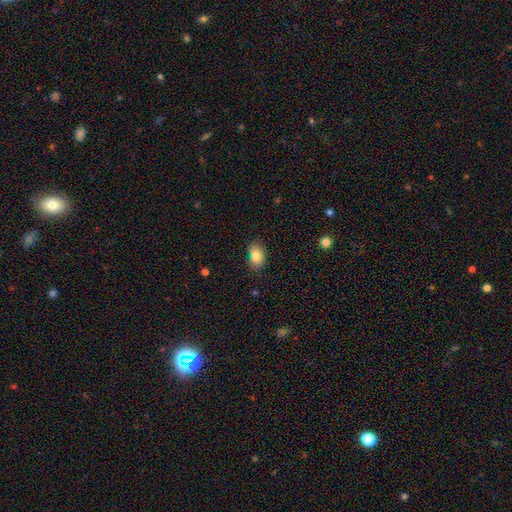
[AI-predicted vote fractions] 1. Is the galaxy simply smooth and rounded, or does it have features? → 85% smooth, 8% star or artifact, 7% featured or disk.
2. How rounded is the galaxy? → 83% in between, 15% round, 1% cigar-shaped.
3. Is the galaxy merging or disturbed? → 78% none, 17% minor disturbance, 3% major disturbance, 2% merger.